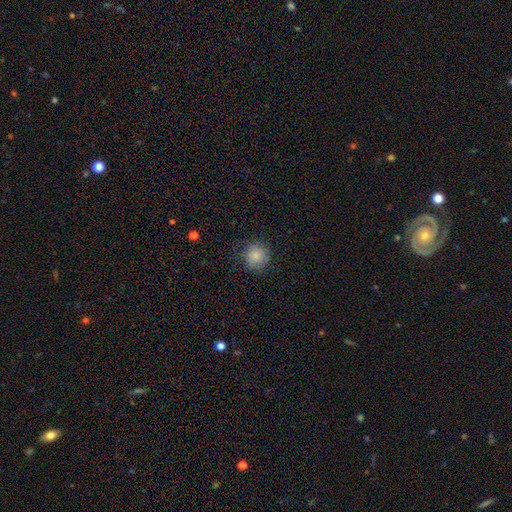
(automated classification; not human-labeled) The model was most divided on "merging": none: 75%, minor disturbance: 17%, major disturbance: 6%, merger: 1%. More confident: how rounded — round (91%); smooth or featured — smooth (82%).